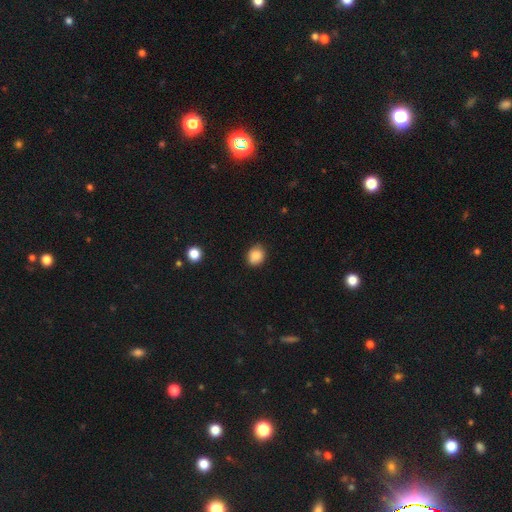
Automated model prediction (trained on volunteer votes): smooth_or_featured: smooth (p=0.87) [alt: star or artifact p=0.09]
how_rounded: round (p=0.65) [alt: in between p=0.34]
merging: none (p=0.83) [alt: minor disturbance p=0.14]